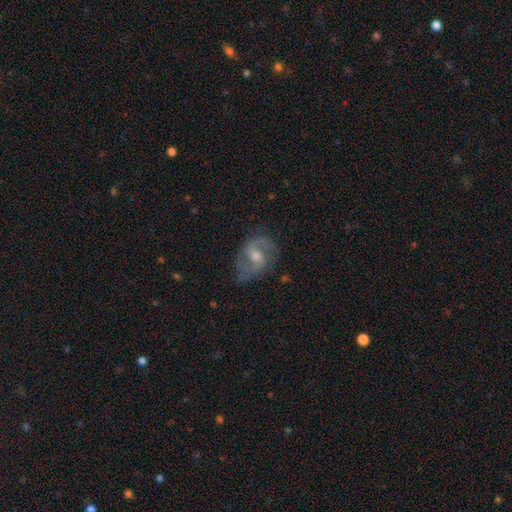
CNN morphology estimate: This appears to be a featured or disk galaxy (81%) with a weak bar (47%), 2 (86%) medium (53%) spiral arms (94%) and a moderate central bulge (63%). Merging: none (74%).